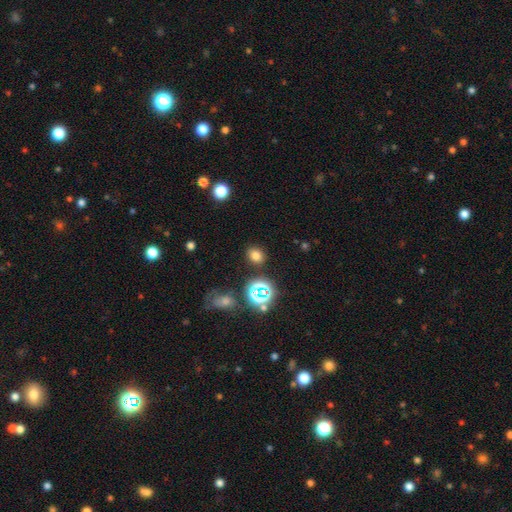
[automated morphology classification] This is likely a smooth galaxy (72%). How rounded: possibly round (52%). Merging: clearly none (85%).